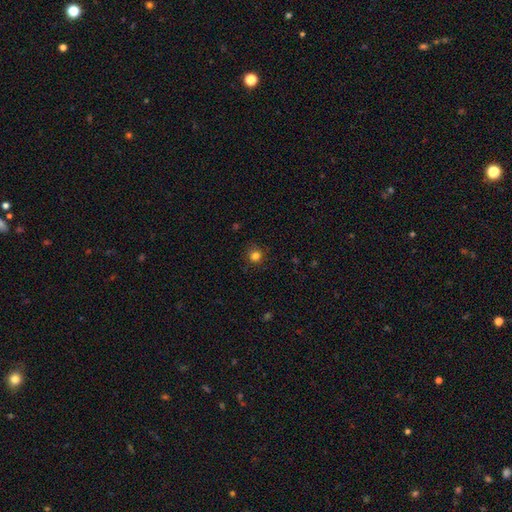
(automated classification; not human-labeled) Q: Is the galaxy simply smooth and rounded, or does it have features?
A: smooth — 80%.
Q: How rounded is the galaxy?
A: round — 92%.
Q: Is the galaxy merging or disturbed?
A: none — 85%.